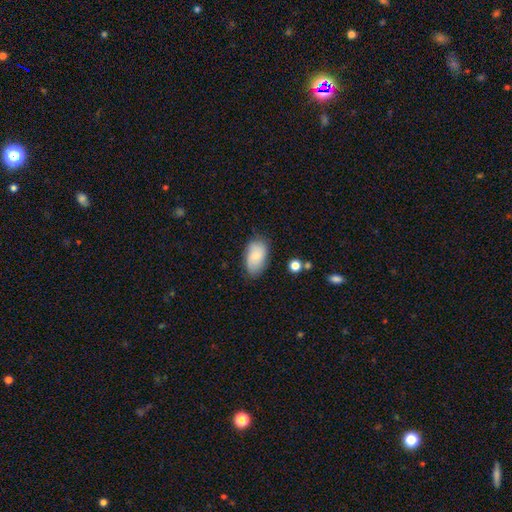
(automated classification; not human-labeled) This appears to be a smooth galaxy with no disk features (76%) that is in between round and cigar-shaped (93%). Merging: none (73%).